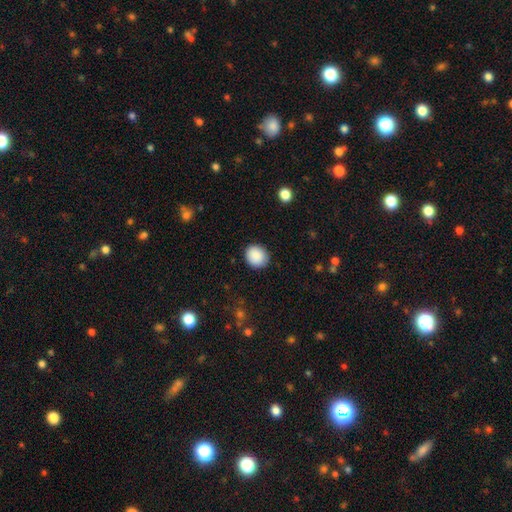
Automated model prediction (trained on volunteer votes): A smooth galaxy with no disk features (90%) that is round (73%). Merging: none (88%).